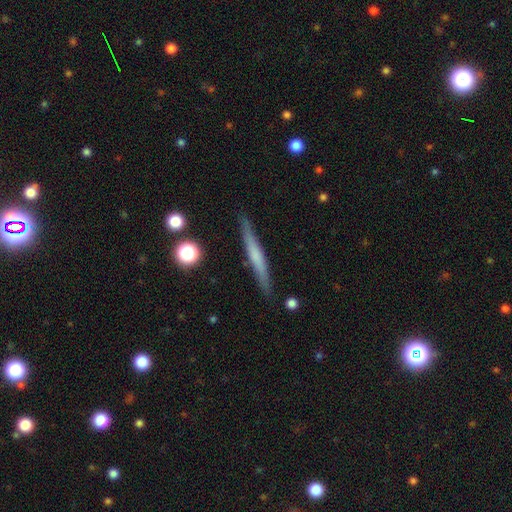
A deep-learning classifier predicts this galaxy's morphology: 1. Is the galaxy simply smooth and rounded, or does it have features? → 48% featured or disk, 46% smooth, 7% star or artifact.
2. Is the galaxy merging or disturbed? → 88% none, 9% minor disturbance, 2% major disturbance, 2% merger.